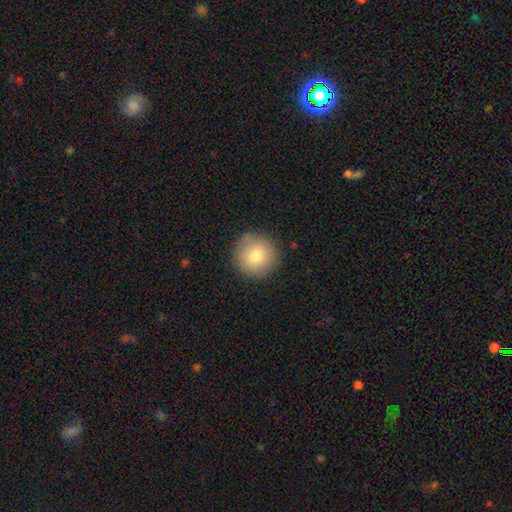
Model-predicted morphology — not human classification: Smooth or featured? Predicted: smooth (p=0.80). How rounded? Predicted: round (p=0.95). Merging? Predicted: none (p=0.89).